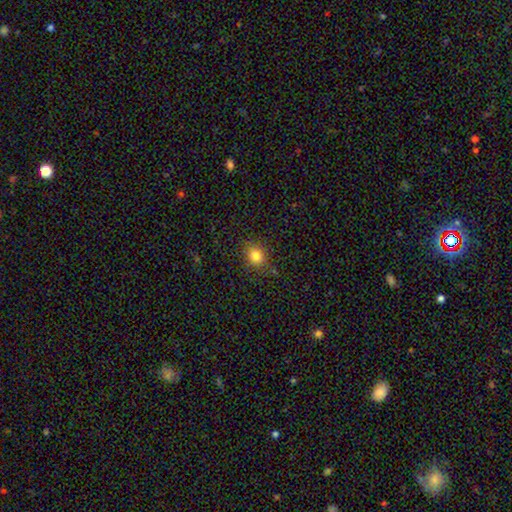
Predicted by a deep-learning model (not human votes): smooth-or-featured: smooth: 81% | star or artifact: 13% | featured or disk: 6%
  how-rounded: round: 72% | in between: 27% | cigar-shaped: 1%
  merging: none: 84% | minor disturbance: 11% | major disturbance: 3% | merger: 2%